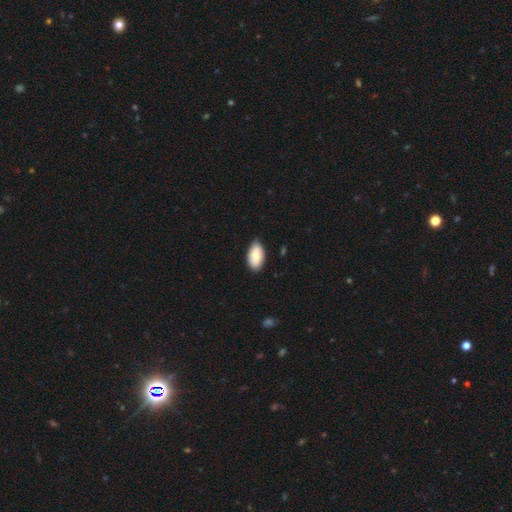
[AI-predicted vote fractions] A smooth galaxy with no disk features (84%) that is in between round and cigar-shaped (95%).

Vote fractions:
- Smooth or featured? smooth: 84% / featured or disk: 11% / star or artifact: 6%
- How rounded? in between: 95% / round: 3% / cigar-shaped: 2%
- Merging? none: 80% / minor disturbance: 17% / major disturbance: 2% / merger: 1%